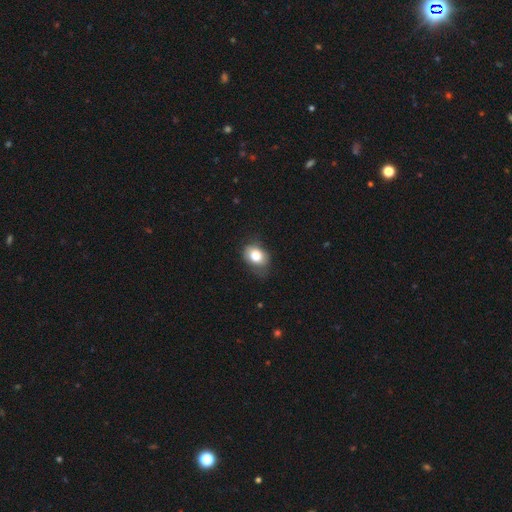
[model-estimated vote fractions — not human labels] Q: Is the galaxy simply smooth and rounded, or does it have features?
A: smooth — 81%.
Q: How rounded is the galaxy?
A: in between — 66%.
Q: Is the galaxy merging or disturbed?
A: none — 58%.